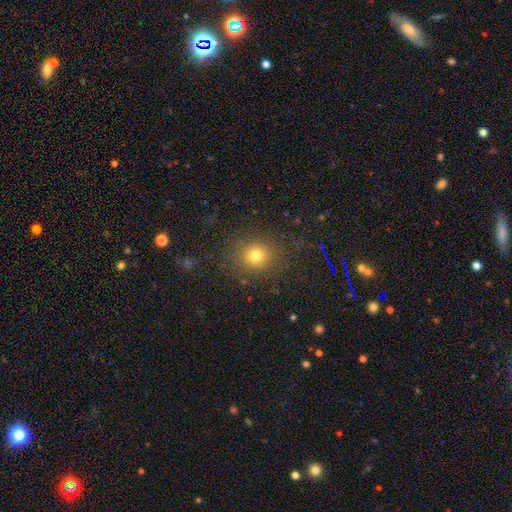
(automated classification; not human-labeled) Smooth or featured? Predicted: smooth (p=0.73). How rounded? Predicted: round (p=0.75). Merging? Predicted: none (p=0.83).